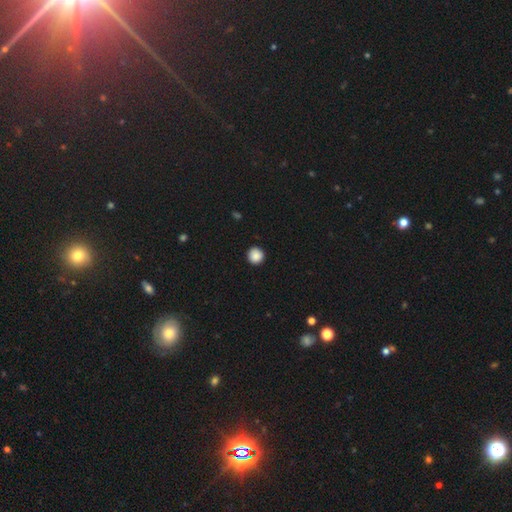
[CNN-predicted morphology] The model was most divided on "smooth or featured": smooth: 88%, star or artifact: 9%, featured or disk: 3%. More confident: how rounded — round (95%); merging — none (92%).